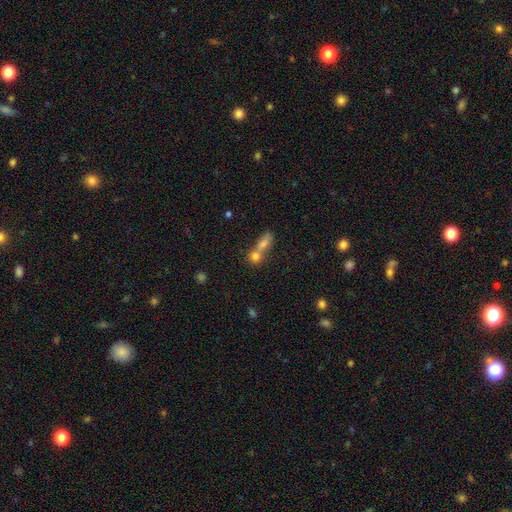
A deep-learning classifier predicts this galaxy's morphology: This appears to be a smooth galaxy with no disk features (75%) that is round (56%). Merging: merger (64%).